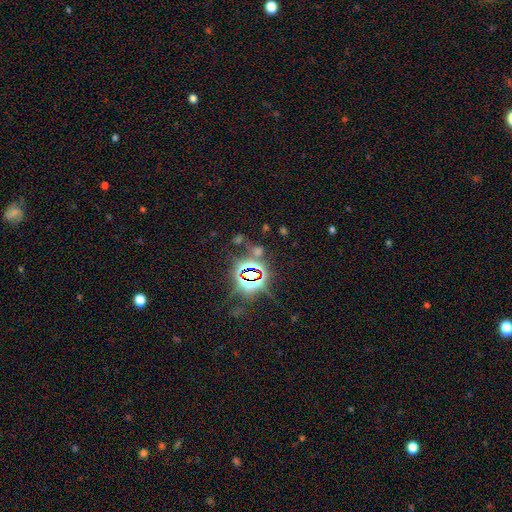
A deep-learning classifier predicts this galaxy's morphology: This appears to be a star or artifact, not a galaxy (81%).